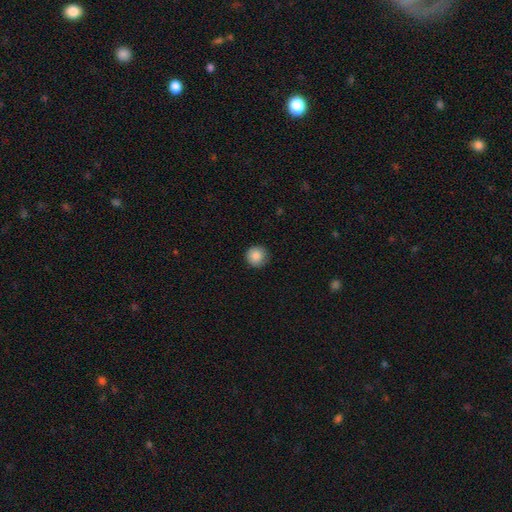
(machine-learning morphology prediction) Overall: smooth (88%). How rounded: round (95%). Merging: none (89%).